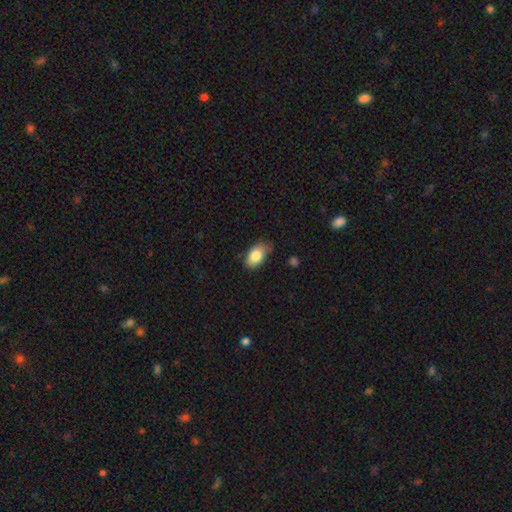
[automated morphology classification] A smooth galaxy with no disk features (81%) that is in between round and cigar-shaped (90%). Merging: none (63%).